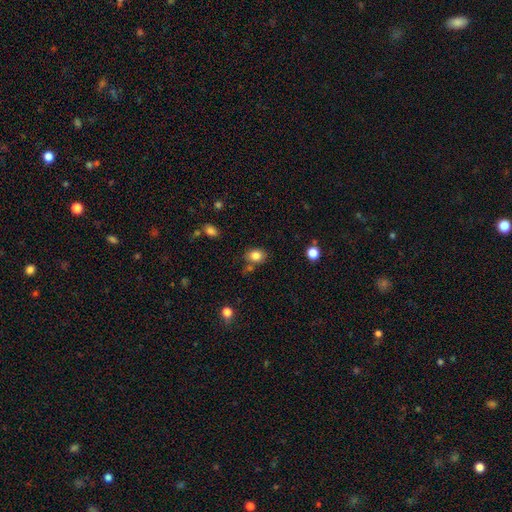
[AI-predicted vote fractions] The model was most divided on "how rounded": in between: 54%, round: 45%, cigar-shaped: 1%. More confident: smooth or featured — smooth (83%); merging — none (73%).